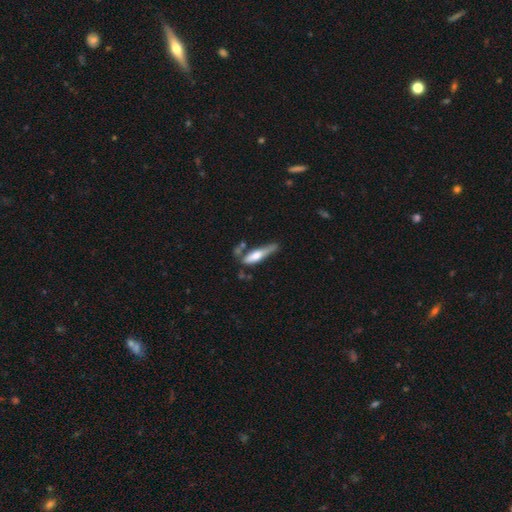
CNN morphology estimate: Smooth or featured? smooth (52%)
How rounded? cigar-shaped (75%)
Merging? none (49%)